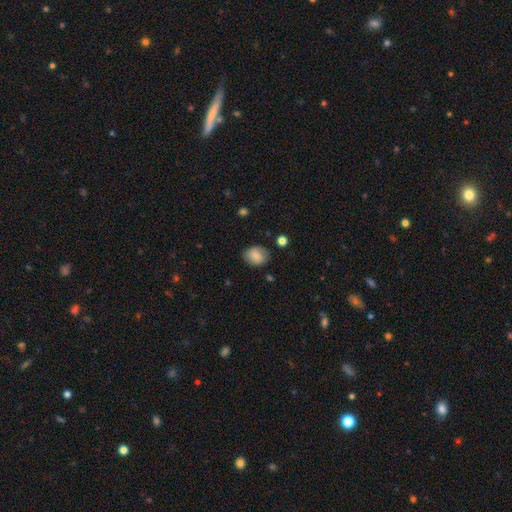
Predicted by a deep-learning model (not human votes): Smooth or featured: smooth — 79% (featured or disk — 13%)
How rounded: in between — 56% (round — 43%)
Merging: none — 78% (minor disturbance — 16%)